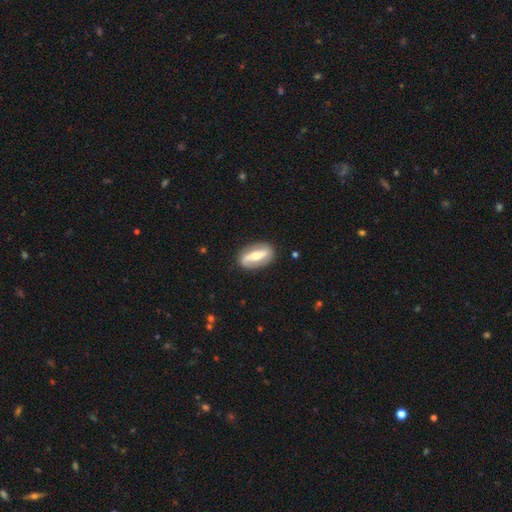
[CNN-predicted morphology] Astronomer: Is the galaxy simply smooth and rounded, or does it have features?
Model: featured or disk — 75%.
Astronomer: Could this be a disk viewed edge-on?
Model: no — 86%.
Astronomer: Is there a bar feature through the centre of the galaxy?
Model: strong — 64%.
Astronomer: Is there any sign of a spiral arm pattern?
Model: yes — 73%.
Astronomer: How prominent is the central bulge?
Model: moderate — 65%.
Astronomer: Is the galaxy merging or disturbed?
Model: none — 85%.